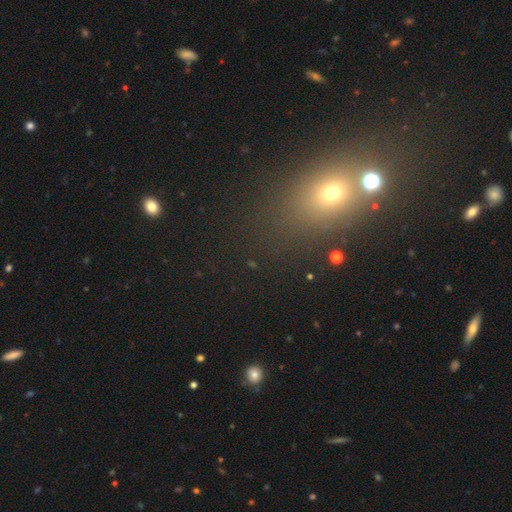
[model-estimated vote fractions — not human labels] This is marginally a star or artifact rather than a galaxy (45%).